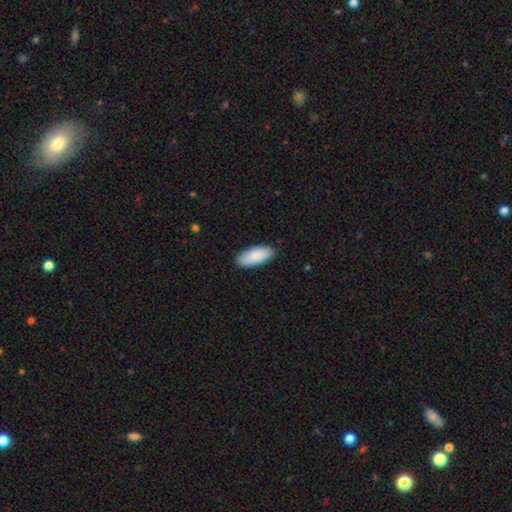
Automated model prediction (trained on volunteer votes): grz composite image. It shows a smooth galaxy with no disk features (87%) that is in between round and cigar-shaped (84%). Merging: none (88%).